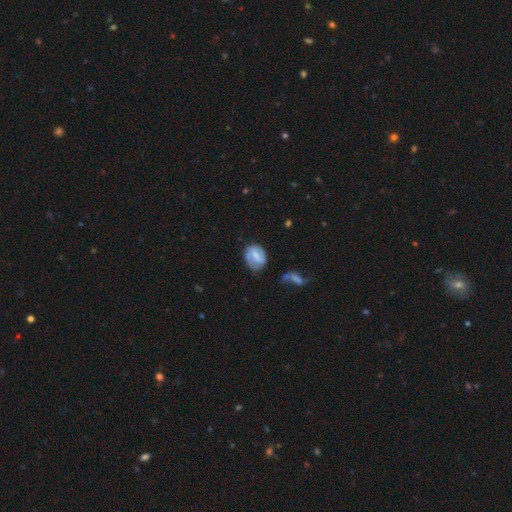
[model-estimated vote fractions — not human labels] A featured or disk galaxy (56%) with a weak bar (43%), spiral arms (77%) and a small central bulge (36%).

Vote fractions:
- Smooth or featured? featured or disk: 56% / smooth: 37% / star or artifact: 7%
- Edge-on disk? no: 96% / yes: 4%
- Bar? weak: 43% / strong: 40% / no: 17%
- Spiral arms? yes: 77% / no: 23%
- Bulge size? small: 36% / none: 31% / moderate: 27% / large: 4% / dominant: 1%
- Merging? none: 63% / minor disturbance: 23% / major disturbance: 9% / merger: 4%